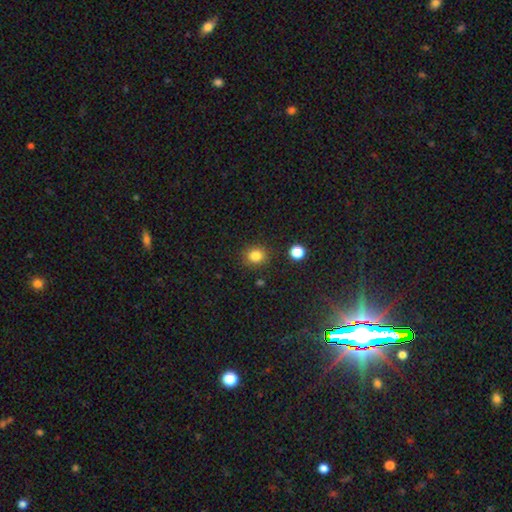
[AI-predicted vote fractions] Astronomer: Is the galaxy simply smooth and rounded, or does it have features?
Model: smooth — 83%.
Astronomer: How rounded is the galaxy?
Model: round — 80%.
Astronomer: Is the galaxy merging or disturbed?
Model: none — 86%.